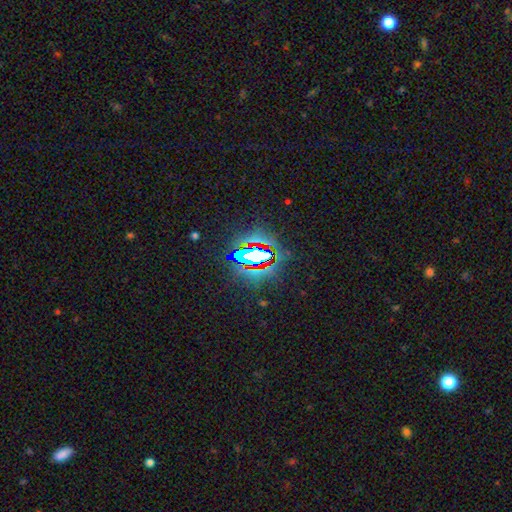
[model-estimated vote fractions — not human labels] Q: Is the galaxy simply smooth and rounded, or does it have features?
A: star or artifact — 68%.